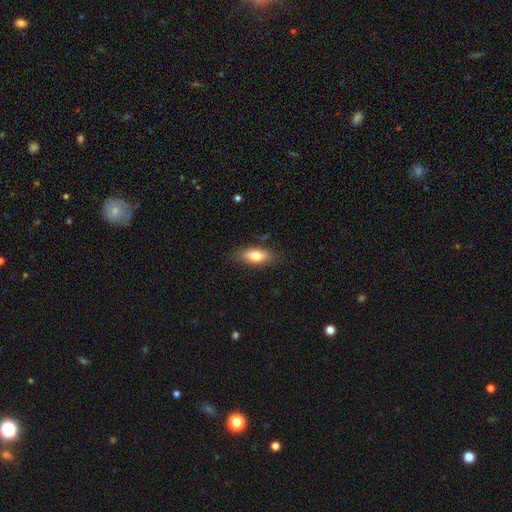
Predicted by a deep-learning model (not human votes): Morphology: type=smooth (78%); roundness=in between (79%); merging=none (83%).